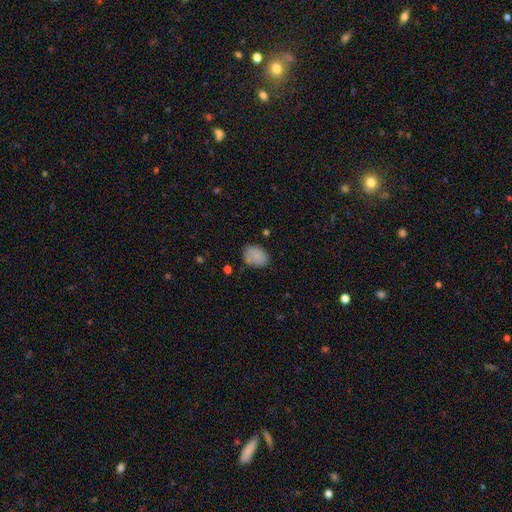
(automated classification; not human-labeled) smooth 84%, star or artifact 9%, featured or disk 7%. Down the decision tree: how rounded — in between (79%); merging — none (73%).